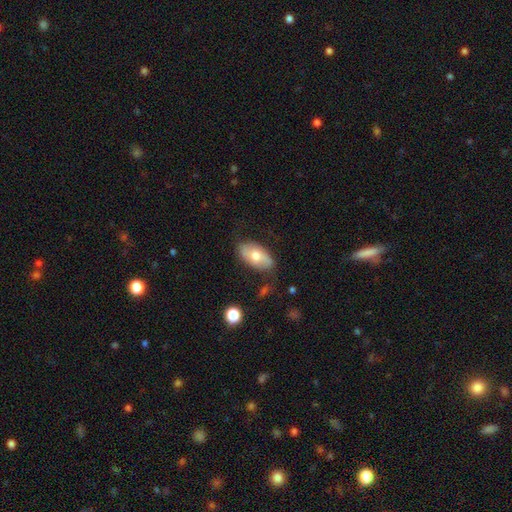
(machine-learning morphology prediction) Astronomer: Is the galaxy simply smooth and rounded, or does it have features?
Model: smooth — 62%.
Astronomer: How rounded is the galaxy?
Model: in between — 94%.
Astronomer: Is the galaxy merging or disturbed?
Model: none — 75%.